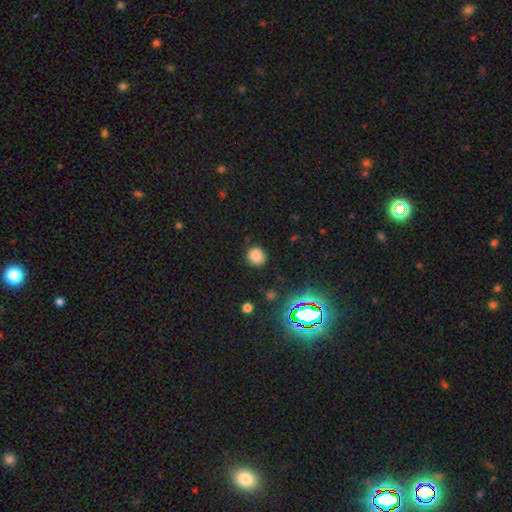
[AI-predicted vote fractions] A smooth galaxy with no disk features (81%) that is round (85%). Merging: none (85%).